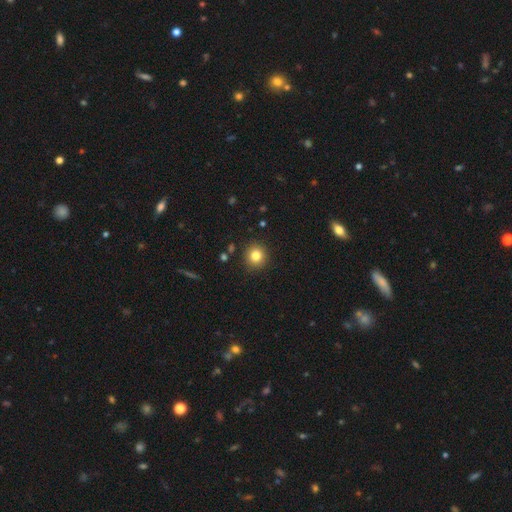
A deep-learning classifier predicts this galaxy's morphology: Overall: smooth (81%). How rounded: round (92%). Merging: none (90%).